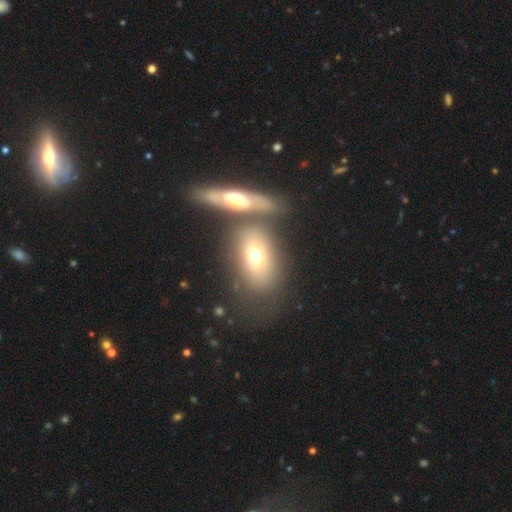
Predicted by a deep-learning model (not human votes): Smooth or featured?
  - smooth: 58% *
  - featured or disk: 35%
  - star or artifact: 8%
How rounded?
  - in between: 80% *
  - cigar-shaped: 11%
  - round: 10%
Merging?
  - none: 46% *
  - merger: 35%
  - minor disturbance: 13%
  - major disturbance: 6%